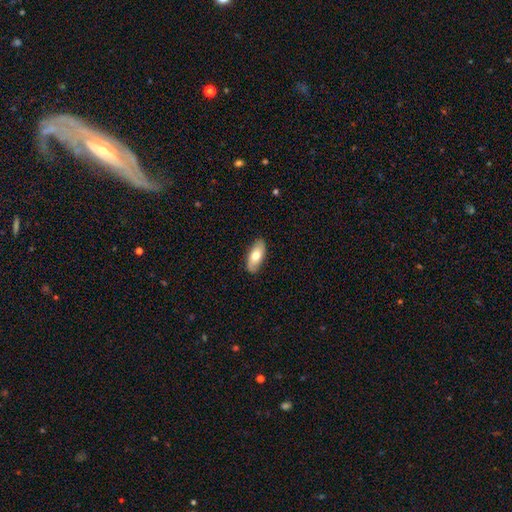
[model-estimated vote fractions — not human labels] This is likely a smooth galaxy (67%). How rounded: clearly in between (86%). Merging: clearly none (87%).